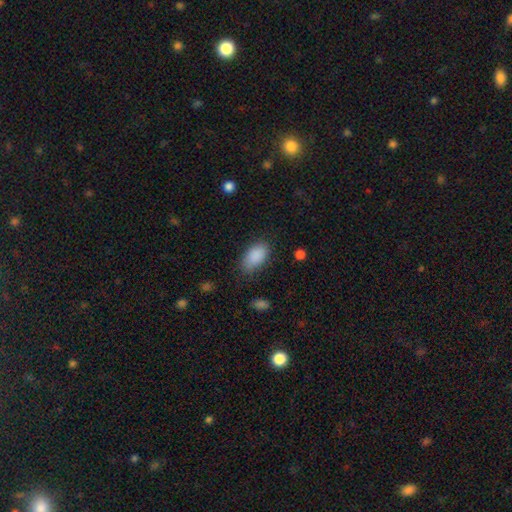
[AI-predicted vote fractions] A smooth galaxy with no disk features (89%) that is in between round and cigar-shaped (93%). Merging: none (78%).